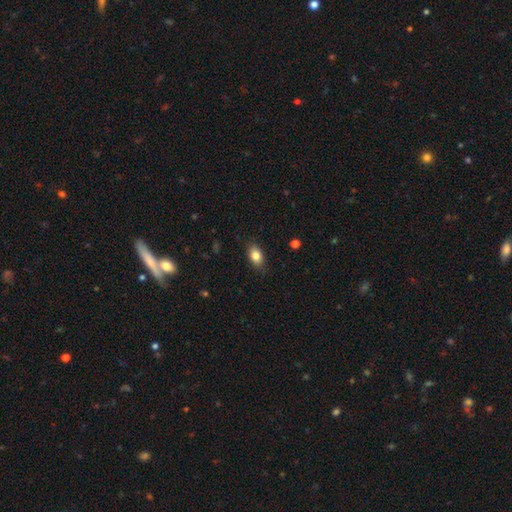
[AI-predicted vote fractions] Smooth or featured? Predicted: smooth (p=0.82). How rounded? Predicted: in between (p=0.86). Merging? Predicted: none (p=0.85).